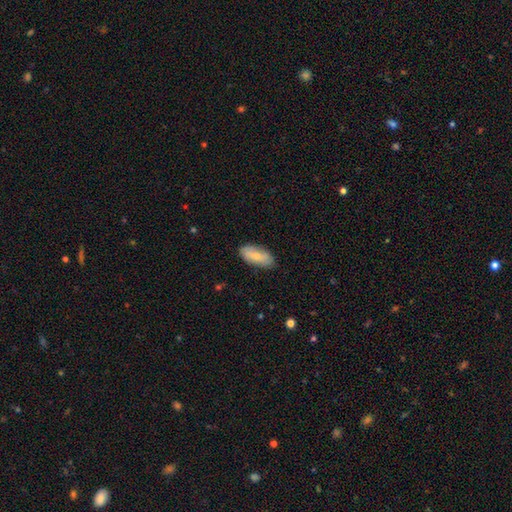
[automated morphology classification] A smooth galaxy with no disk features (77%) that is in between round and cigar-shaped (86%). Merging: none (80%).